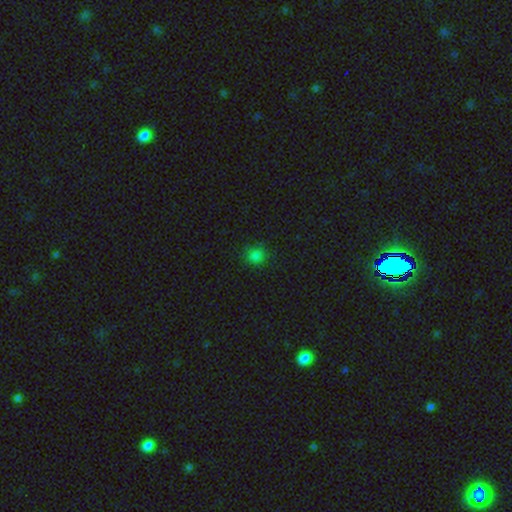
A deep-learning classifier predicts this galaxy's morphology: Overall: smooth (81%). How rounded: round (91%). Merging: none (89%).